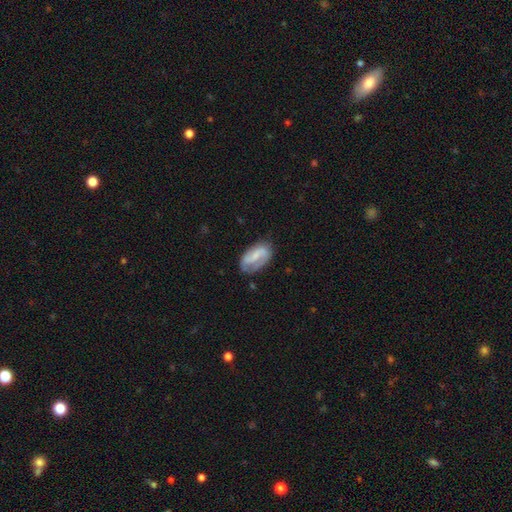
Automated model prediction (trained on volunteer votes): This appears to be a featured or disk galaxy (60%) with a weak bar (43%), spiral arms (80%) and a small central bulge (42%). Merging: none (61%).